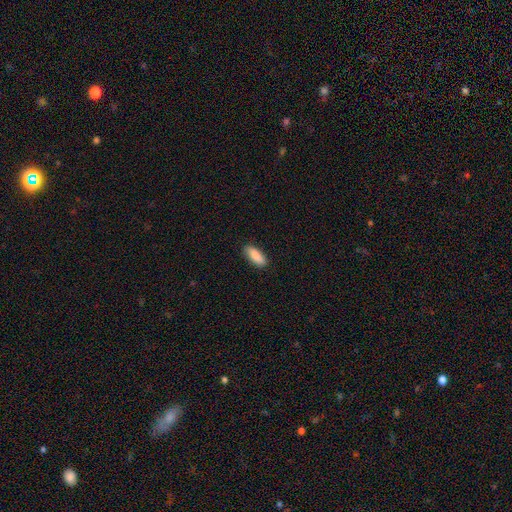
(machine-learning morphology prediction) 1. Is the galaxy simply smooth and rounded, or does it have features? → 88% smooth, 6% star or artifact, 6% featured or disk.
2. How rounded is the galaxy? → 74% in between, 25% cigar-shaped, 2% round.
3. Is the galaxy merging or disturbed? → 87% none, 10% minor disturbance, 2% major disturbance, 1% merger.